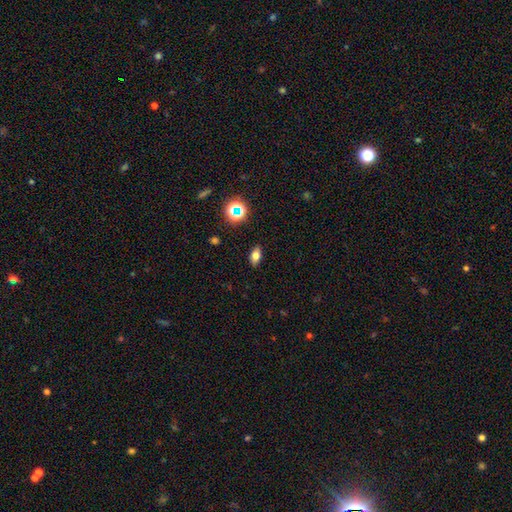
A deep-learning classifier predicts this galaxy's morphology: This appears to be a smooth galaxy with no disk features (71%) that is in between round and cigar-shaped (83%). Merging: none (88%).